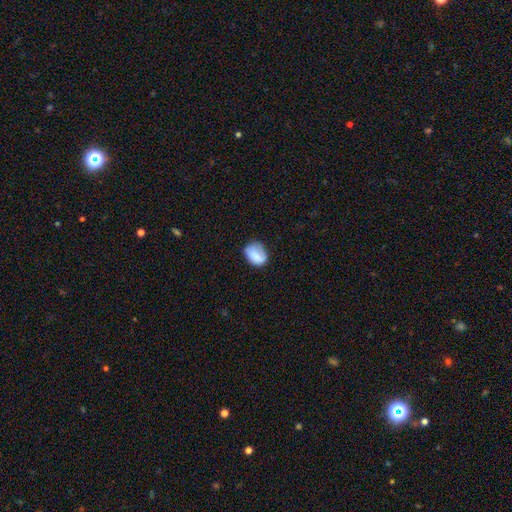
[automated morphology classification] smooth_or_featured: smooth (p=0.79) [alt: featured or disk p=0.13]
how_rounded: in between (p=0.64) [alt: round p=0.35]
merging: none (p=0.59) [alt: minor disturbance p=0.28]